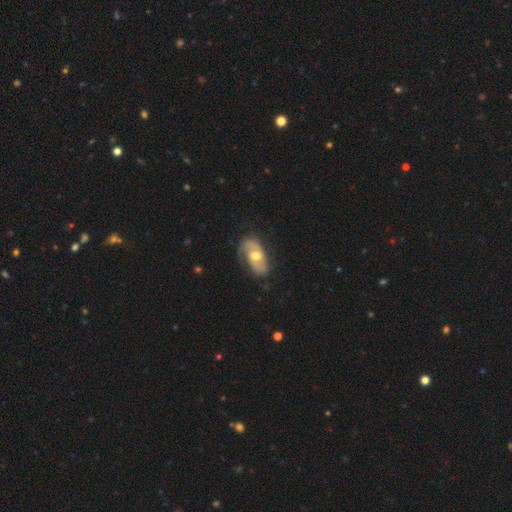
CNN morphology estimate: Smooth or featured: featured or disk — 67% (smooth — 28%)
Edge-on disk: no — 93% (yes — 7%)
Bar: no — 64% (weak — 27%)
Spiral arms: yes — 79% (no — 21%)
Bulge size: moderate — 76% (small — 14%)
Merging: none — 66% (minor disturbance — 24%)